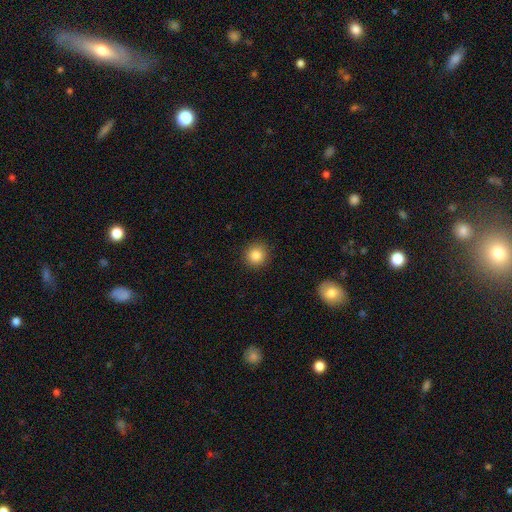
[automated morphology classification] Smooth or featured? smooth (86%)
How rounded? round (94%)
Merging? none (91%)